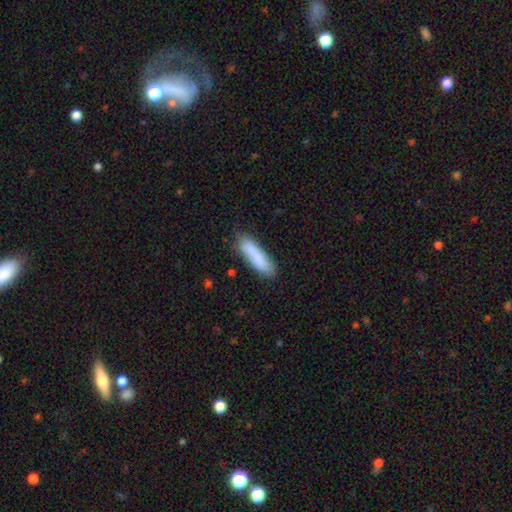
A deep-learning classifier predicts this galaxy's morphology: smooth_or_featured: smooth (p=0.84) [alt: featured or disk p=0.10]
how_rounded: cigar-shaped (p=0.68) [alt: in between p=0.31]
merging: none (p=0.76) [alt: minor disturbance p=0.18]